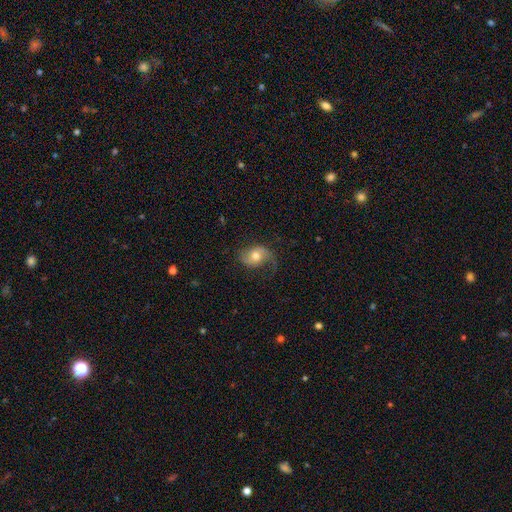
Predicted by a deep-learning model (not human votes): Q: Smooth or featured?
A: featured or disk (49%); runner-up: smooth (43%)
Q: Merging?
A: none (56%); runner-up: minor disturbance (25%)